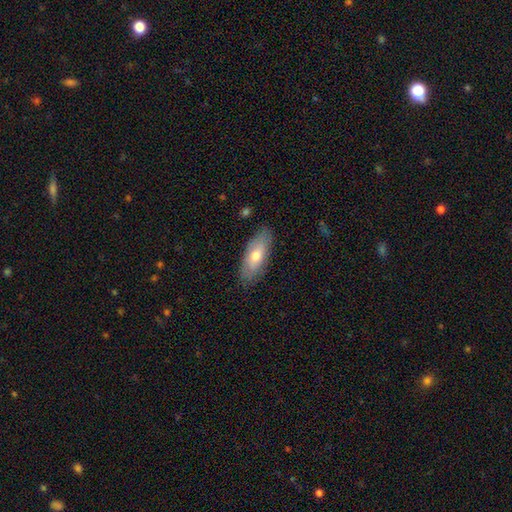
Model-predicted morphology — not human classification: smooth-or-featured: smooth: 64% | featured or disk: 30% | star or artifact: 6%
  how-rounded: in between: 75% | cigar-shaped: 22% | round: 3%
  merging: none: 84% | minor disturbance: 12% | major disturbance: 2% | merger: 1%